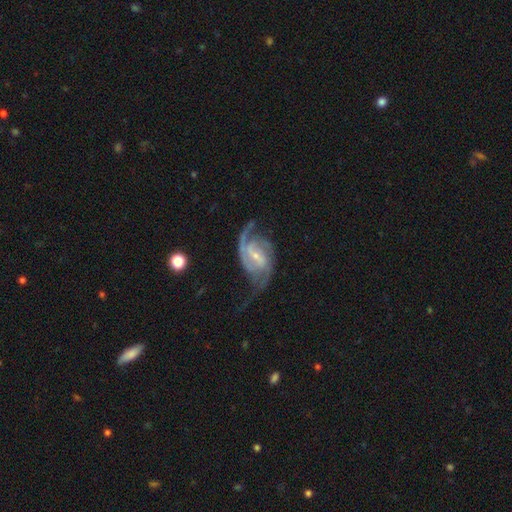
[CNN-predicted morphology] smooth-or-featured: featured or disk: 90% | smooth: 5% | star or artifact: 5%
  disk-edge-on: no: 97% | yes: 3%
    bar: weak: 47% | strong: 35% | no: 18%
    has-spiral-arms: yes: 97% | no: 3%
      spiral-winding: medium: 49% | loose: 30% | tight: 20%
      spiral-arm-count: 2: 75% | 3: 9% | can't tell: 7% | 1: 4% | 4: 3% | more than 4: 3%
    bulge-size: small: 67% | moderate: 27% | none: 4% | large: 2% | dominant: 1%
  merging: none: 58% | major disturbance: 20% | minor disturbance: 19% | merger: 2%